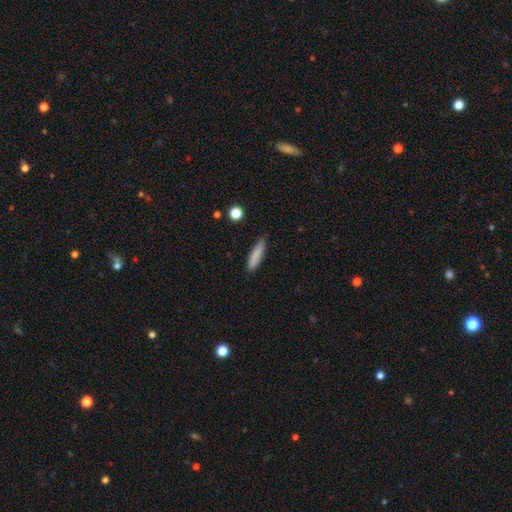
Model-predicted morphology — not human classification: This is clearly a smooth galaxy (84%). How rounded: clearly cigar-shaped (82%). Merging: clearly none (83%).